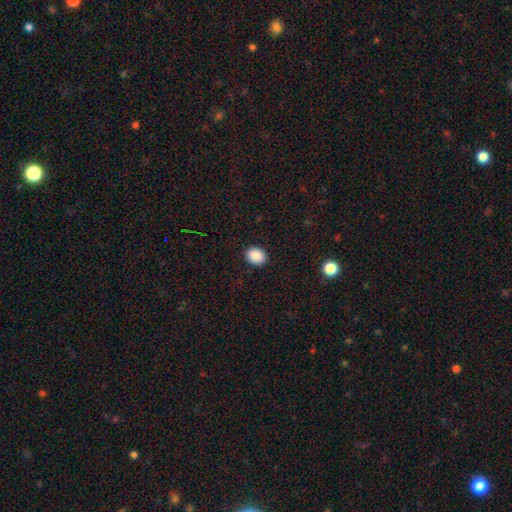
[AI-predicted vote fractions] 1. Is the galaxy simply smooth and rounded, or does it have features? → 89% smooth, 8% star or artifact, 2% featured or disk.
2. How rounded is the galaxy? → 53% round, 46% in between, 1% cigar-shaped.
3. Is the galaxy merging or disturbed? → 91% none, 6% minor disturbance, 2% major disturbance, 1% merger.